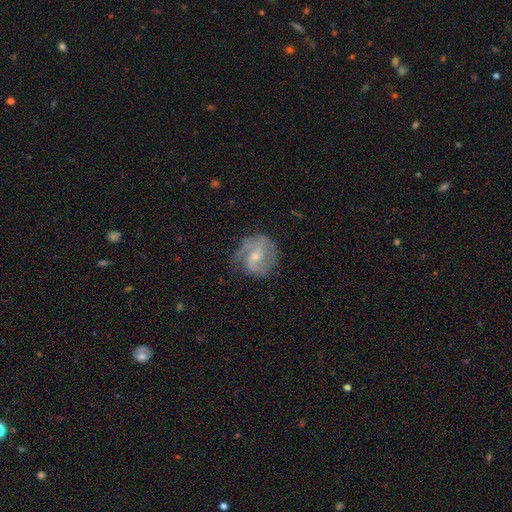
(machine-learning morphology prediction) featured or disk 79%, smooth 15%, star or artifact 6%. Down the decision tree: edge-on disk — no (97%); bar — weak (49%); spiral arms — yes (92%); spiral arm count — 2 (72%); spiral winding — medium (49%); bulge size — small (62%); merging — none (67%).